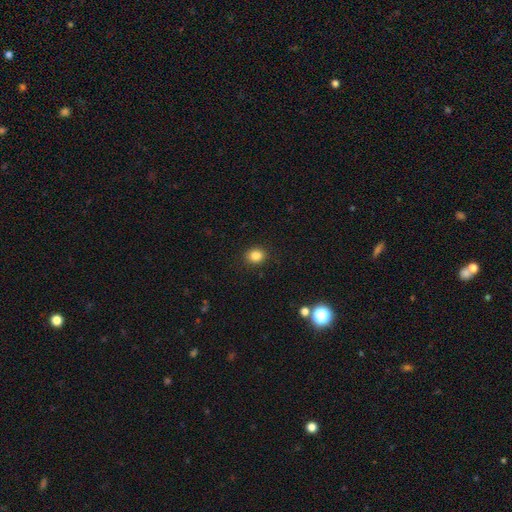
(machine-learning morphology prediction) smooth_or_featured: smooth (p=0.85) [alt: star or artifact p=0.11]
how_rounded: round (p=0.66) [alt: in between p=0.33]
merging: none (p=0.90) [alt: minor disturbance p=0.07]